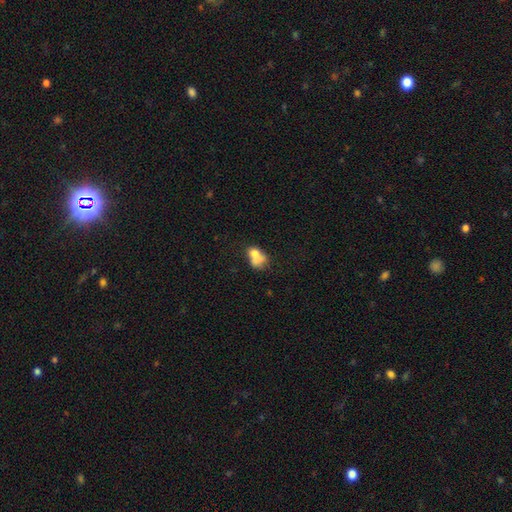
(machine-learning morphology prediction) type=smooth (69%); roundness=in between (66%); merging=merger (46%).